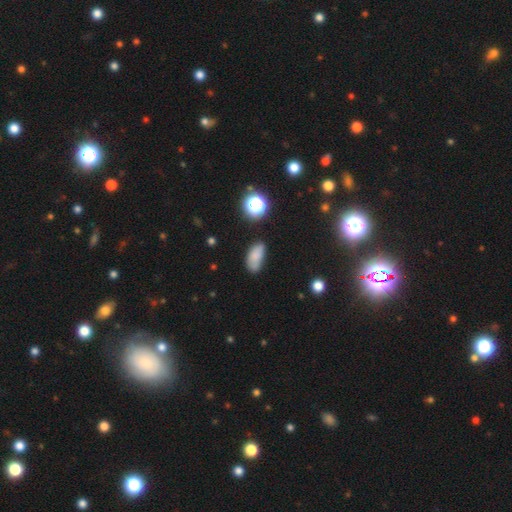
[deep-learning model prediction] smooth-or-featured: smooth: 77% | star or artifact: 13% | featured or disk: 10%
  how-rounded: in between: 89% | round: 6% | cigar-shaped: 5%
  merging: none: 61% | minor disturbance: 27% | major disturbance: 8% | merger: 4%